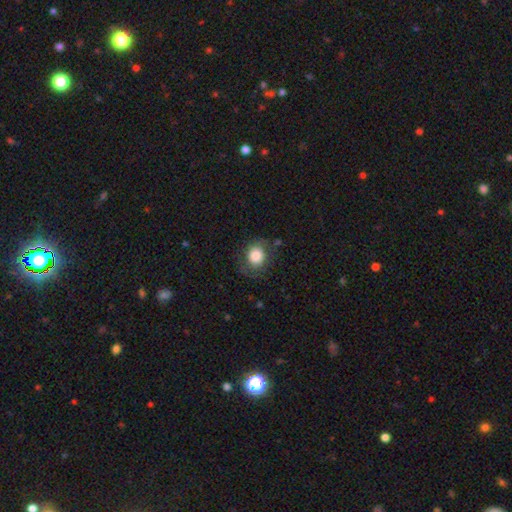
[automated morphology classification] Q: Smooth or featured?
A: smooth (79%); runner-up: featured or disk (13%)
Q: How rounded?
A: round (75%); runner-up: in between (24%)
Q: Merging?
A: none (71%); runner-up: minor disturbance (18%)